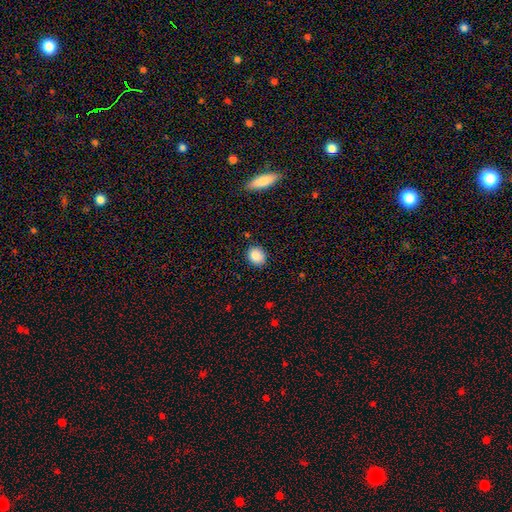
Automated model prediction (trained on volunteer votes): This is clearly a smooth galaxy (87%). How rounded: likely round (61%). Merging: clearly none (86%).